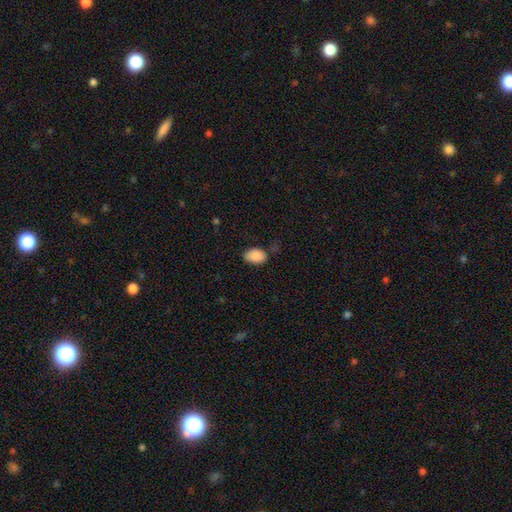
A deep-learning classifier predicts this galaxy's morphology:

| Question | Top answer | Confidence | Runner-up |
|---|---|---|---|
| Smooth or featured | smooth | 89% | star or artifact (7%) |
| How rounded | in between | 88% | round (11%) |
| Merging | none | 71% | minor disturbance (21%) |